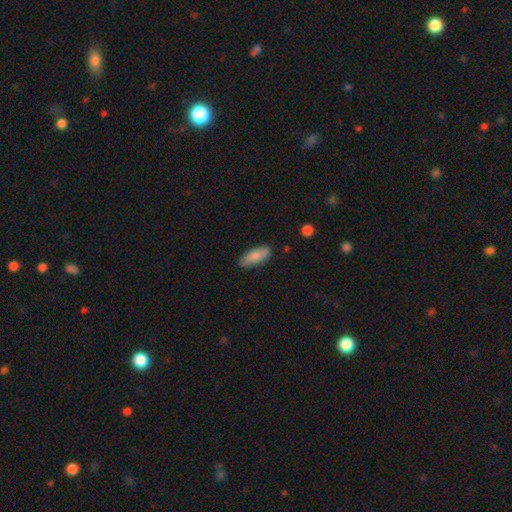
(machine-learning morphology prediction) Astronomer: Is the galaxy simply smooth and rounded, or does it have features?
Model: smooth — 82%.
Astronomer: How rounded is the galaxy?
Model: in between — 77%.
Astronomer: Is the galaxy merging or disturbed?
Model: none — 80%.